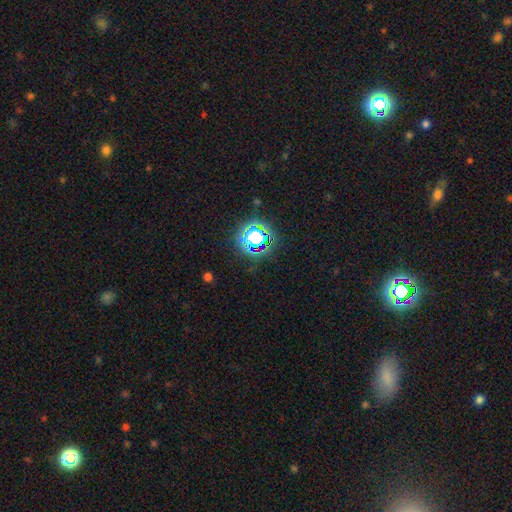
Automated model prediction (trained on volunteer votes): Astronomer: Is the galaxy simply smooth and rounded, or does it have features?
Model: star or artifact — 77%.